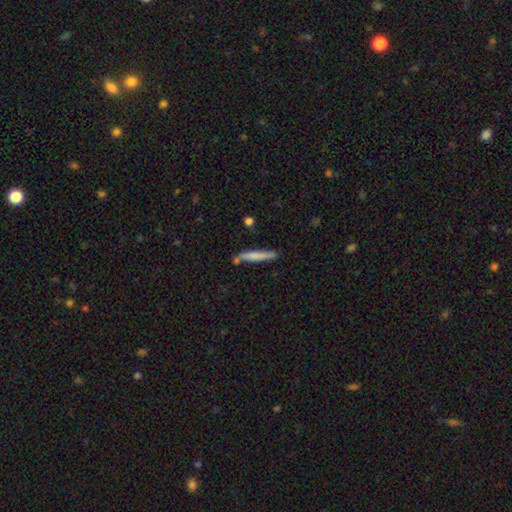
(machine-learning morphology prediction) smooth_or_featured: smooth (p=0.69) [alt: featured or disk p=0.25]
how_rounded: cigar-shaped (p=0.94) [alt: in between p=0.04]
merging: none (p=0.77) [alt: minor disturbance p=0.14]